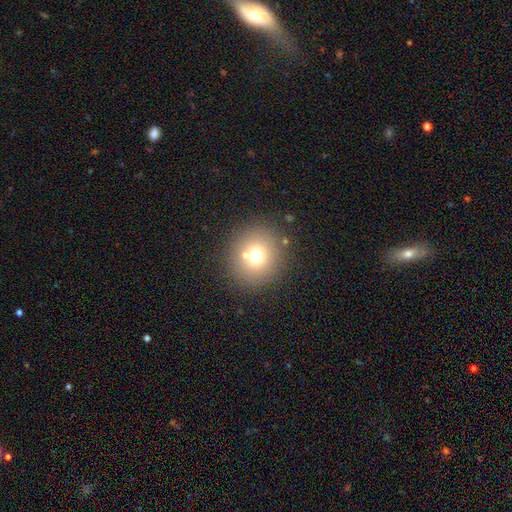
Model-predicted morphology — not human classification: Smooth or featured? Predicted: smooth (p=0.68). How rounded? Predicted: round (p=0.93). Merging? Predicted: none (p=0.81).